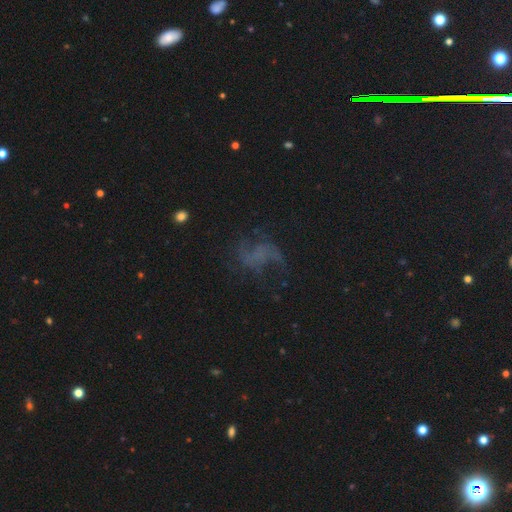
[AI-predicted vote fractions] Morphology: type=featured or disk (55%); edge-on=no (97%); bar=no (73%); spiral arms=yes (63%); bulge=none (78%); merging=none (50%).